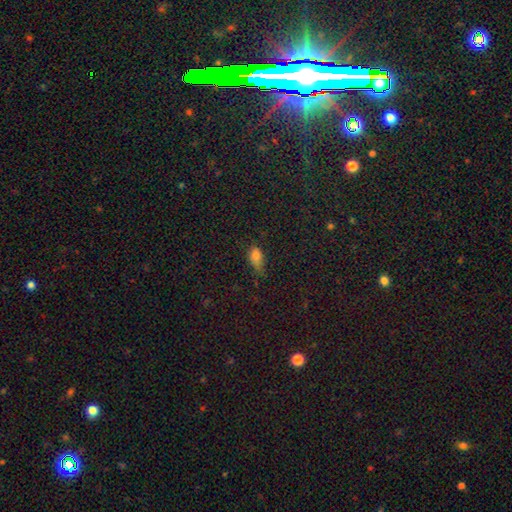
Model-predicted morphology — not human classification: The model was most divided on "merging": none: 47%, minor disturbance: 36%, major disturbance: 14%, merger: 3%. More confident: how rounded — in between (82%); smooth or featured — smooth (77%).